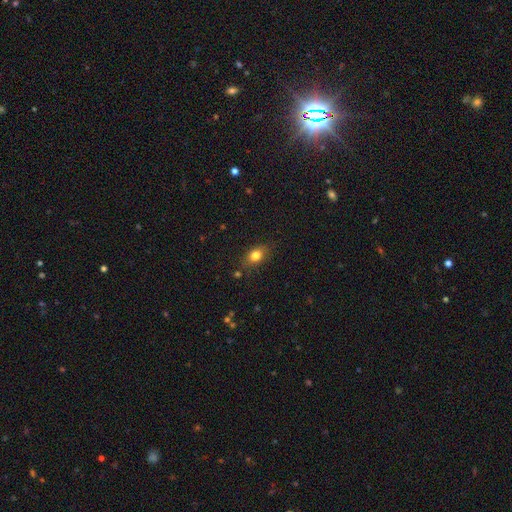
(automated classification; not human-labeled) Smooth or featured? Predicted: smooth (p=0.80). How rounded? Predicted: in between (p=0.71). Merging? Predicted: none (p=0.80).